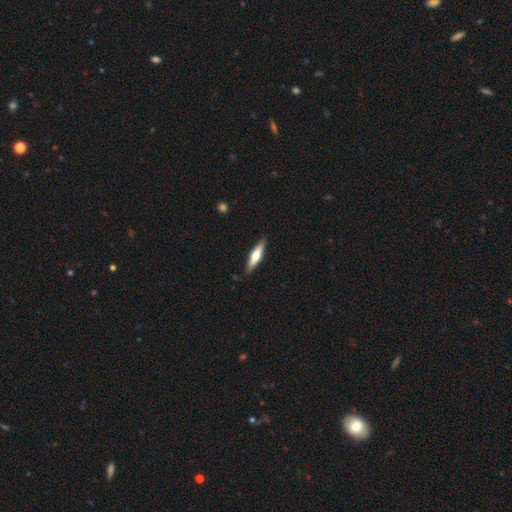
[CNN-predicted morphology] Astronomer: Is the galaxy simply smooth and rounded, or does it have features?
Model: featured or disk — 50% (runner-up: smooth, 45%).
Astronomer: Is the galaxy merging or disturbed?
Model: none — 88%.